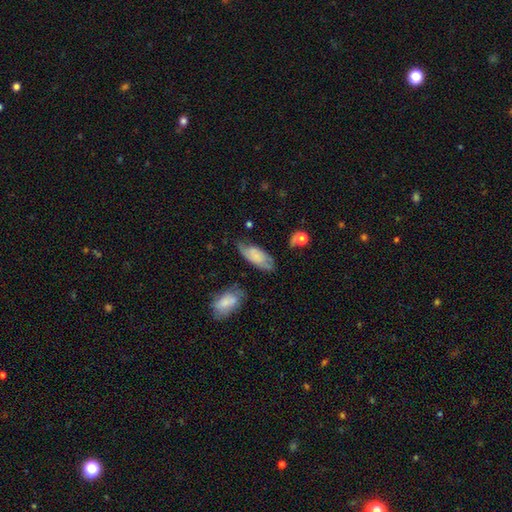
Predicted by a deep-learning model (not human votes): Smooth or featured? smooth (54%)
How rounded? in between (86%)
Merging? none (56%)